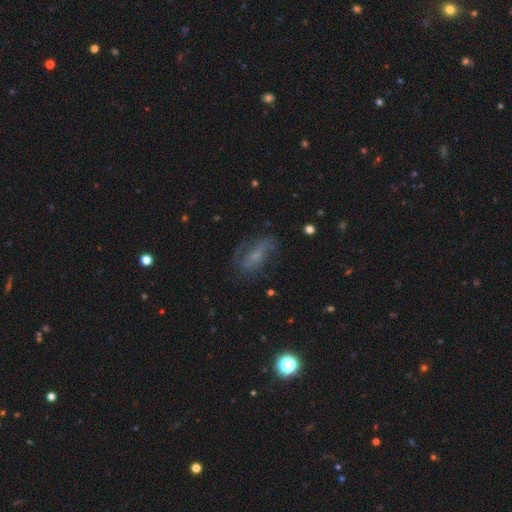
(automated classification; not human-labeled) A featured or disk galaxy (47%). Merging: none (56%).